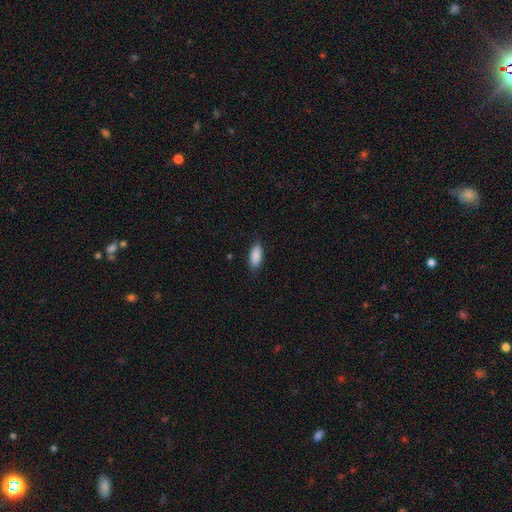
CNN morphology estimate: smooth_or_featured: smooth (p=0.89) [alt: star or artifact p=0.06]
how_rounded: in between (p=0.82) [alt: cigar-shaped p=0.16]
merging: none (p=0.82) [alt: minor disturbance p=0.14]